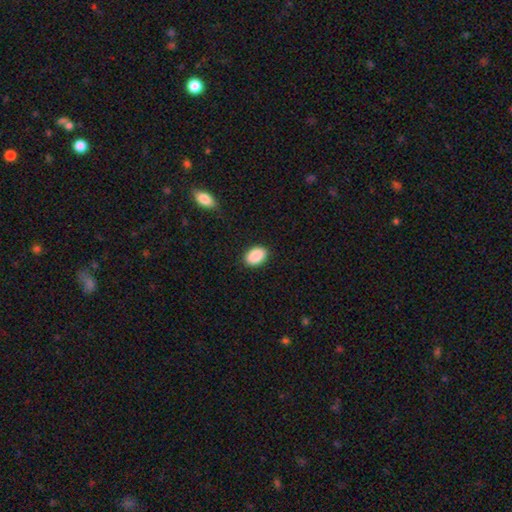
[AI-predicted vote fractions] Smooth or featured? Predicted: smooth (p=0.90). How rounded? Predicted: in between (p=0.87). Merging? Predicted: none (p=0.88).